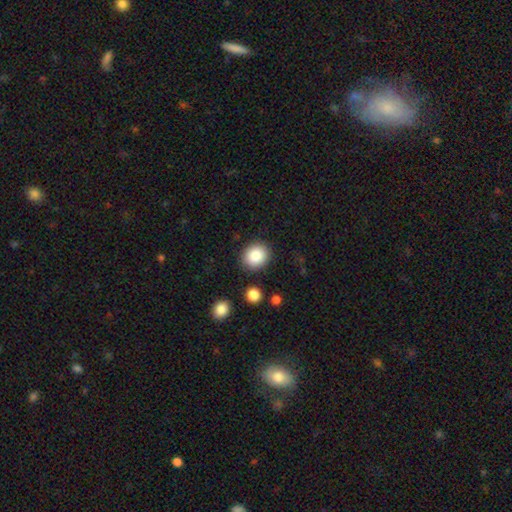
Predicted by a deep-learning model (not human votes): The model was most divided on "how rounded": round: 74%, in between: 25%, cigar-shaped: 1%. More confident: merging — none (87%); smooth or featured — smooth (86%).